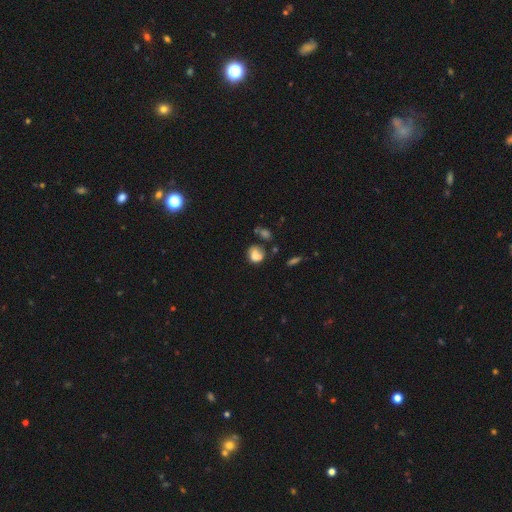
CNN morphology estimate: Smooth or featured: smooth — 67% (featured or disk — 19%)
How rounded: round — 54% (in between — 44%)
Merging: none — 36% (merger — 29%)